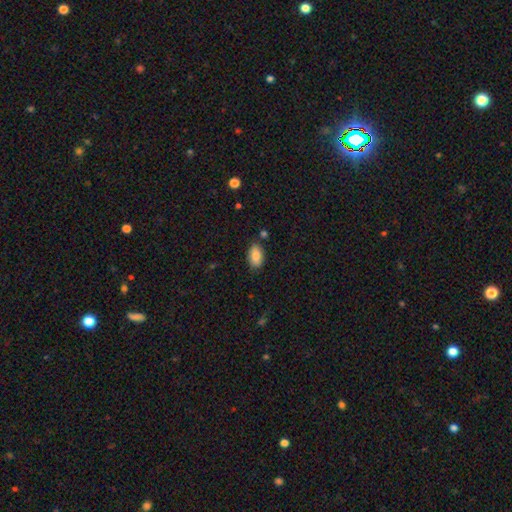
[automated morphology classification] smooth-or-featured: smooth: 84% | featured or disk: 8% | star or artifact: 7%
  how-rounded: in between: 93% | round: 5% | cigar-shaped: 2%
  merging: none: 81% | minor disturbance: 13% | merger: 3% | major disturbance: 2%